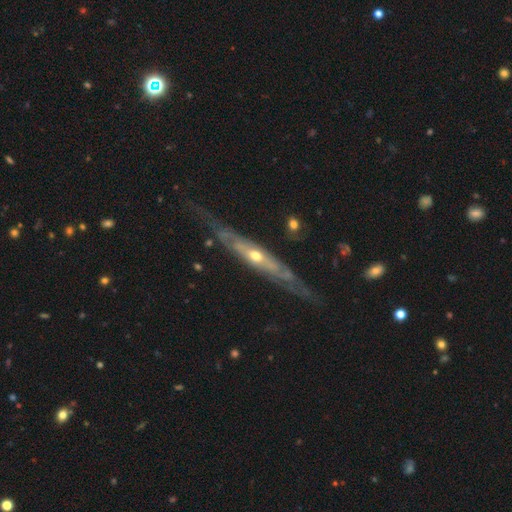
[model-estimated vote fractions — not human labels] smooth-or-featured: featured or disk: 81% | smooth: 14% | star or artifact: 5%
  disk-edge-on: yes: 56% | no: 44%
  merging: none: 69% | minor disturbance: 20% | major disturbance: 9% | merger: 3%